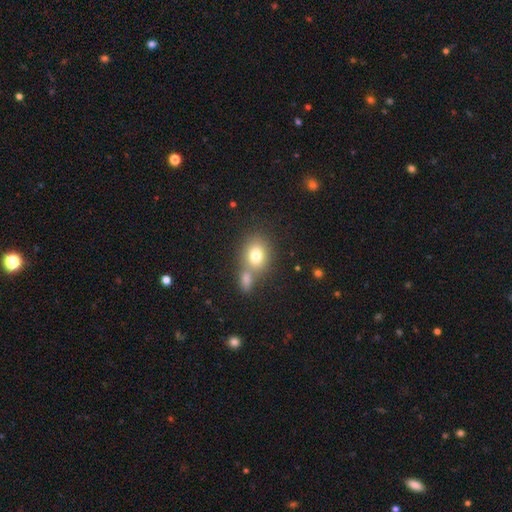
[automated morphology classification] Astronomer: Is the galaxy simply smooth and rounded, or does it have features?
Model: smooth — 77%.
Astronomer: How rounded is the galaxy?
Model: round — 50% (runner-up: in between, 49%).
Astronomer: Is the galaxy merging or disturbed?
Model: none — 49% (runner-up: merger, 38%).